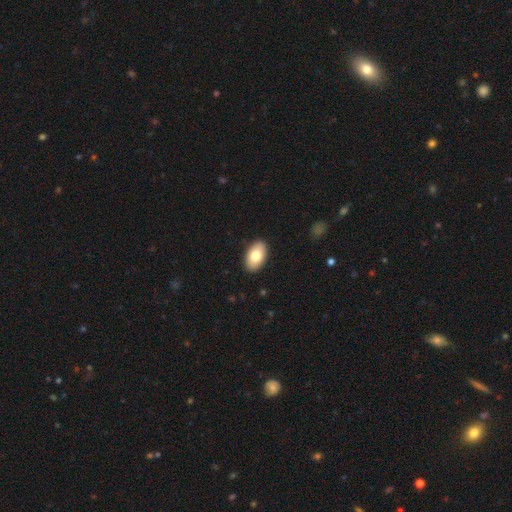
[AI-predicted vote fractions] smooth_or_featured: smooth (p=0.78) [alt: featured or disk p=0.16]
how_rounded: in between (p=0.94) [alt: round p=0.05]
merging: none (p=0.90) [alt: minor disturbance p=0.07]